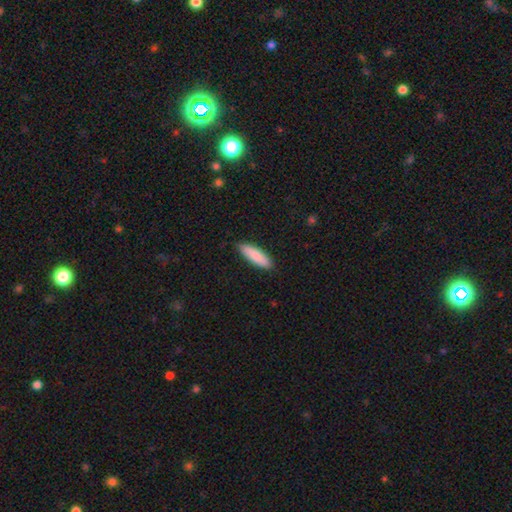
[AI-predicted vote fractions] The model was most divided on "how rounded": cigar-shaped: 55%, in between: 44%, round: 1%. More confident: smooth or featured — smooth (86%); merging — none (86%).